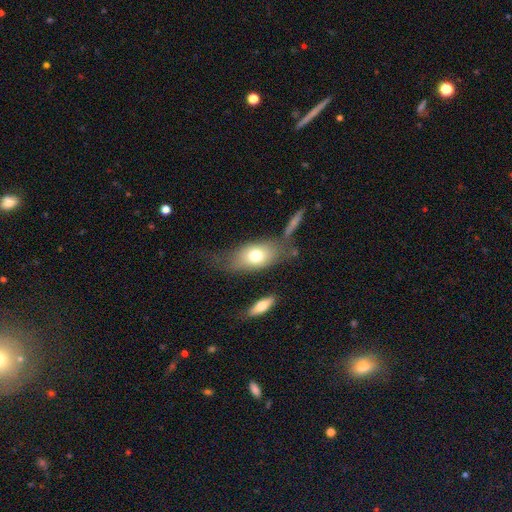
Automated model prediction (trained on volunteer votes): Smooth or featured? smooth (71%)
How rounded? in between (83%)
Merging? none (51%)